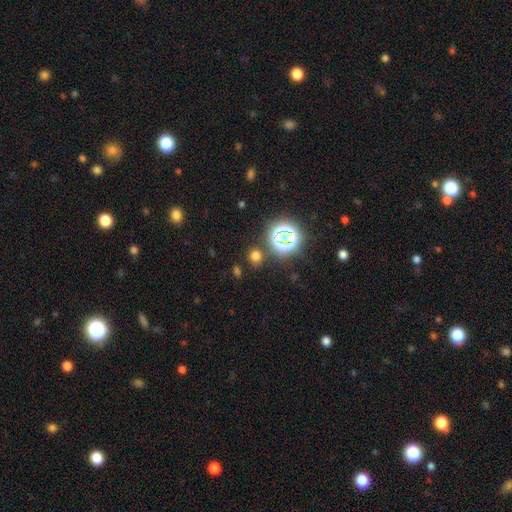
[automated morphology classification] This appears to be a smooth galaxy with no disk features (63%) that is round (68%). Merging: none (82%).